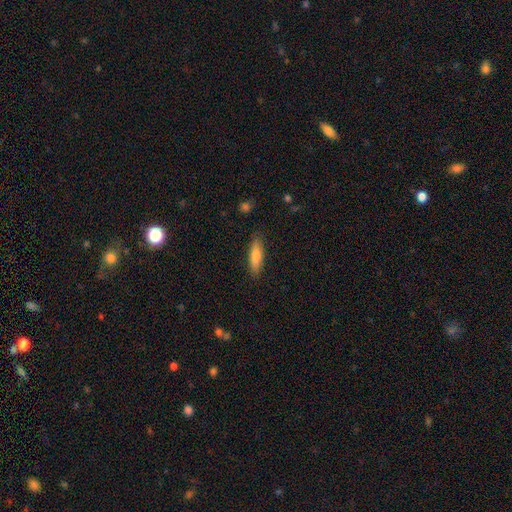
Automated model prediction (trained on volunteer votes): smooth 77%, featured or disk 17%, star or artifact 6%. Down the decision tree: how rounded — cigar-shaped (65%); merging — none (85%).